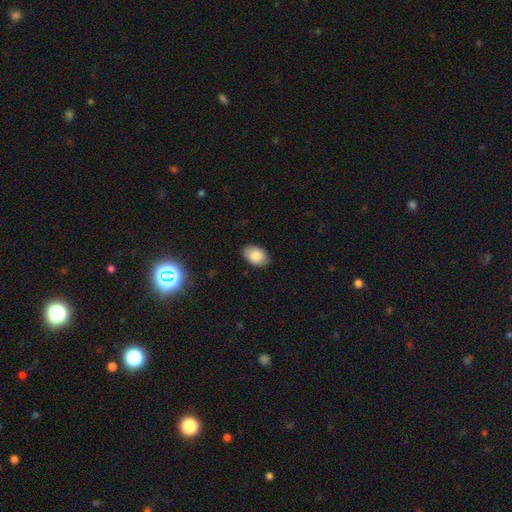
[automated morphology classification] Smooth or featured: smooth — 86% (featured or disk — 7%)
How rounded: in between — 89% (round — 10%)
Merging: none — 87% (minor disturbance — 10%)